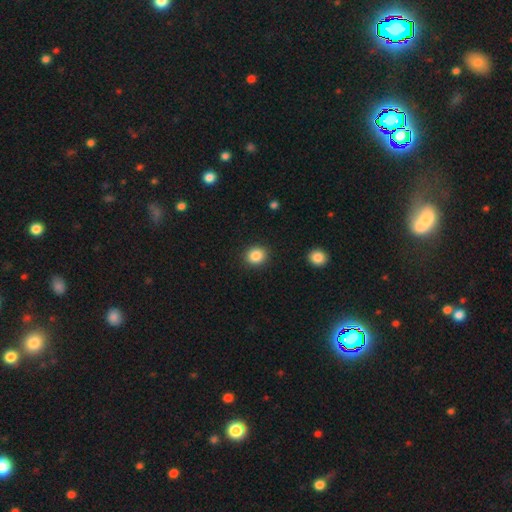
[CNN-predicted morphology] The model was most divided on "how rounded": round: 80%, in between: 19%, cigar-shaped: 1%. More confident: merging — none (91%); smooth or featured — smooth (86%).